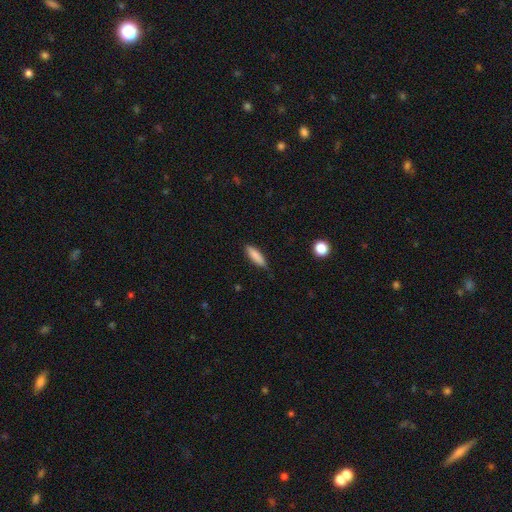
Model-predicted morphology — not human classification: Q: Smooth or featured?
A: smooth (85%); runner-up: featured or disk (9%)
Q: How rounded?
A: cigar-shaped (61%); runner-up: in between (38%)
Q: Merging?
A: none (82%); runner-up: minor disturbance (14%)